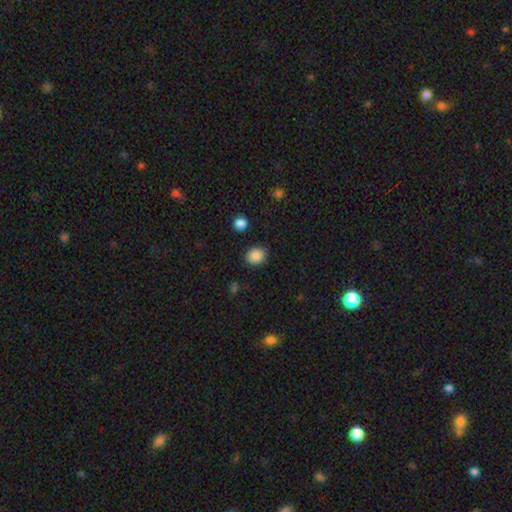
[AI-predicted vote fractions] Q: Smooth or featured?
A: smooth (88%); runner-up: star or artifact (9%)
Q: How rounded?
A: round (63%); runner-up: in between (36%)
Q: Merging?
A: none (85%); runner-up: minor disturbance (10%)